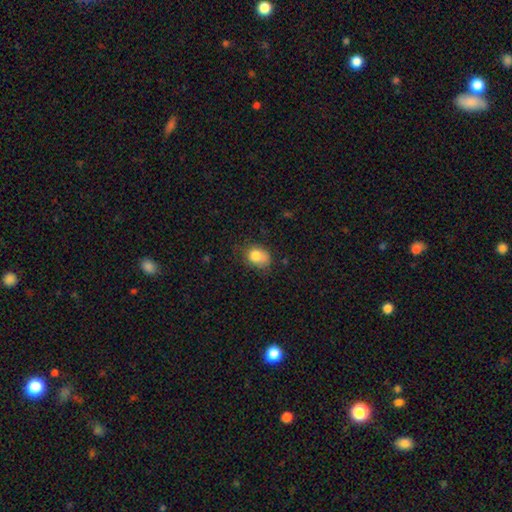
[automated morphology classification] smooth-or-featured: smooth: 80% | featured or disk: 11% | star or artifact: 9%
  how-rounded: in between: 58% | round: 41% | cigar-shaped: 1%
  merging: none: 50% | minor disturbance: 33% | major disturbance: 12% | merger: 5%